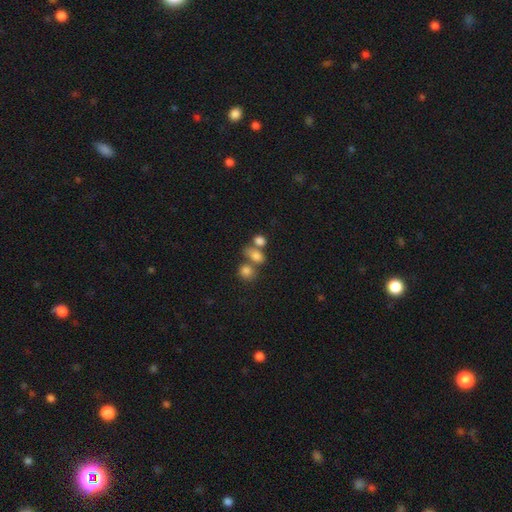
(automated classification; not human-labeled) Overall: smooth (75%). How rounded: in between (62%; round 36%). Merging: merger (44%; none 36%).